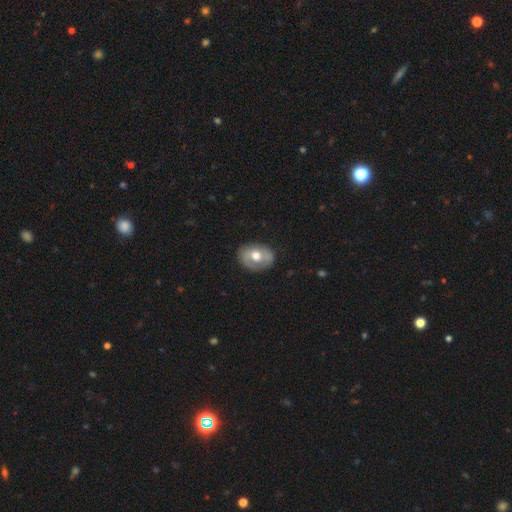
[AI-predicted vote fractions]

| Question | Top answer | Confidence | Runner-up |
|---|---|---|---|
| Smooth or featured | smooth | 50% | featured or disk (44%) |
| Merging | none | 77% | minor disturbance (17%) |